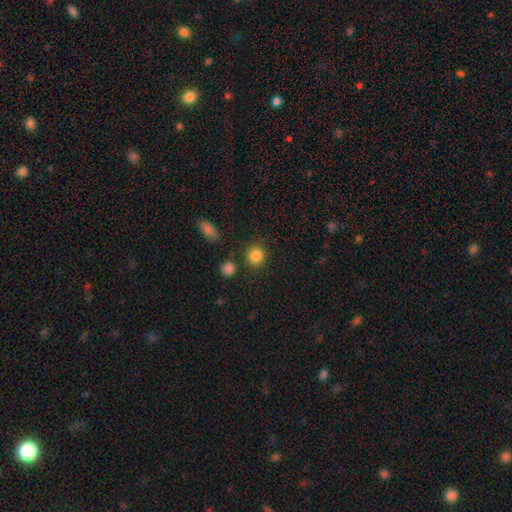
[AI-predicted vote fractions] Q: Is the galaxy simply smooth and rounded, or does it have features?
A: smooth — 85%.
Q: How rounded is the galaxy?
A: round — 84%.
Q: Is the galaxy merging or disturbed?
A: none — 83%.